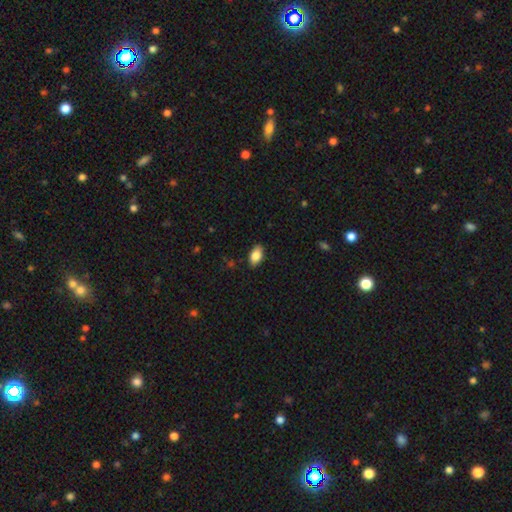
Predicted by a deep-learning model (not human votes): Overall: smooth (85%). How rounded: in between (91%). Merging: none (87%).